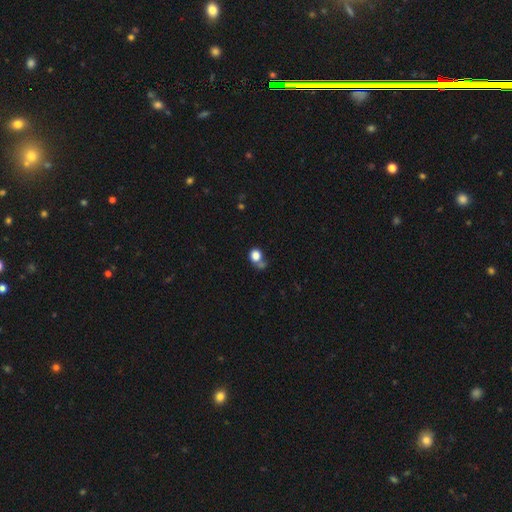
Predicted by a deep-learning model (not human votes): Q: Smooth or featured?
A: smooth (81%); runner-up: star or artifact (11%)
Q: How rounded?
A: round (70%); runner-up: in between (29%)
Q: Merging?
A: none (45%); runner-up: merger (28%)